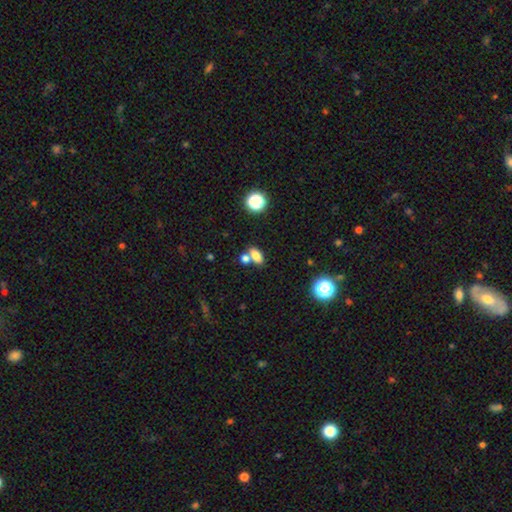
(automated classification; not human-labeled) This appears to be a smooth galaxy with no disk features (78%) that is in between round and cigar-shaped (83%). Merging: none (51%).